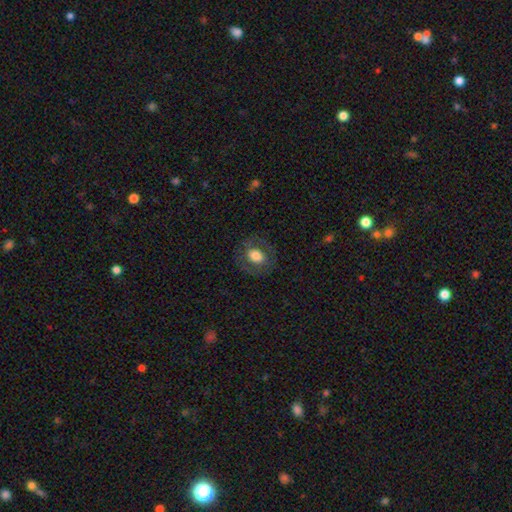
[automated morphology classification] This appears to be a smooth galaxy with no disk features (68%) that is round (49%, tied with in between). Merging: none (80%).